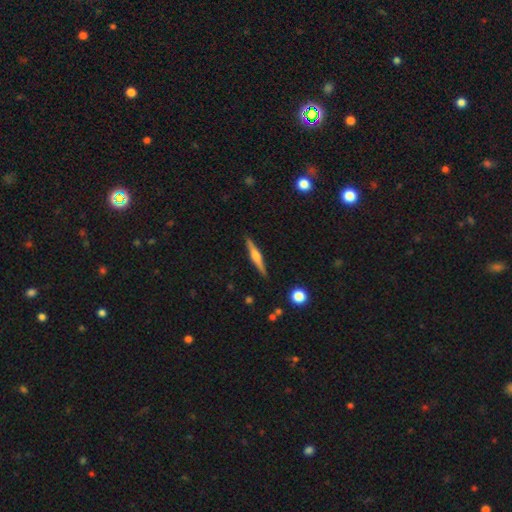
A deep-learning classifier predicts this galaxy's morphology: smooth-or-featured: featured or disk: 65% | smooth: 29% | star or artifact: 6%
  disk-edge-on: yes: 98% | no: 2%
    edge-on-bulge: rounded: 81% | boxy: 13% | none: 6%
  merging: none: 89% | minor disturbance: 8% | major disturbance: 2% | merger: 1%